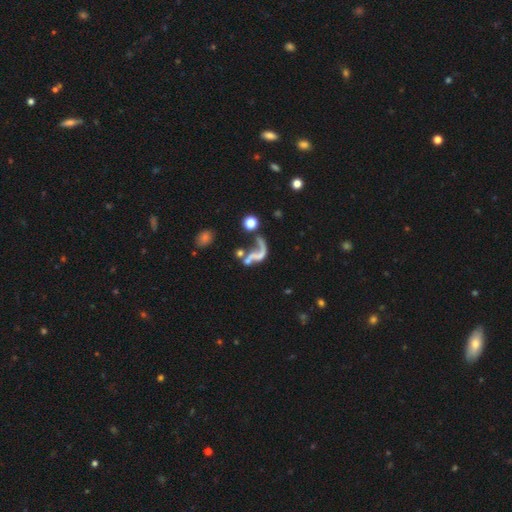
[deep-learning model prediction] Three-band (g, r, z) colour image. It shows a featured or disk galaxy (67%) with no bar (64%), spiral arms (70%) and no central bulge (59%). Merging: major disturbance (31%).